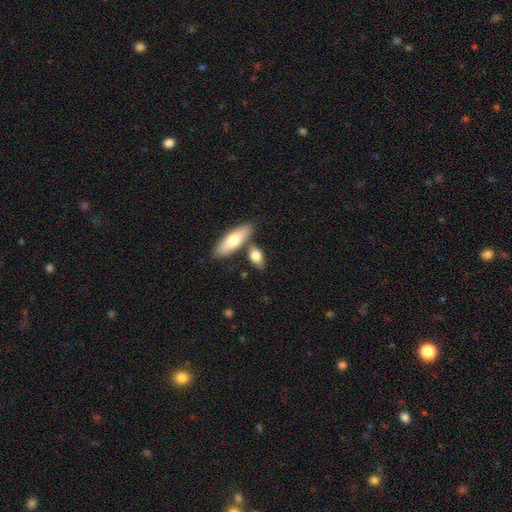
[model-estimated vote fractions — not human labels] This appears to be a smooth galaxy with no disk features (74%) that is in between round and cigar-shaped (70%). Merging: none (60%).